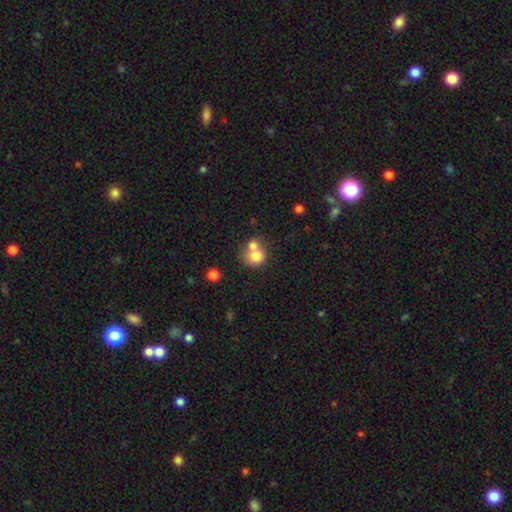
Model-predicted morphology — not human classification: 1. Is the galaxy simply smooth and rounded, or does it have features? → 76% smooth, 14% featured or disk, 10% star or artifact.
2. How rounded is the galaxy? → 75% round, 24% in between, 1% cigar-shaped.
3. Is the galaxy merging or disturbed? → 55% merger, 33% none, 8% minor disturbance, 4% major disturbance.